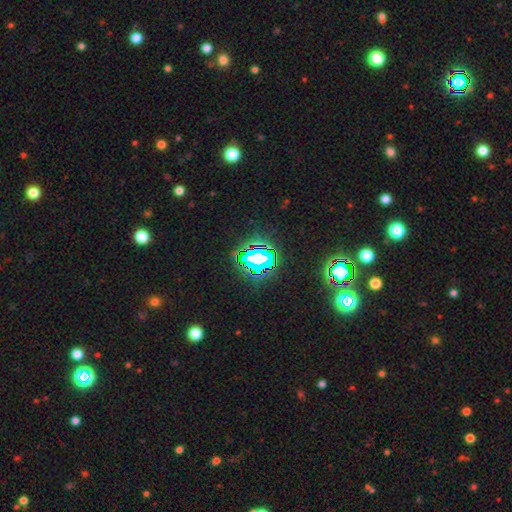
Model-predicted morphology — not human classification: Smooth or featured?
  - star or artifact: 69% *
  - smooth: 17%
  - featured or disk: 14%